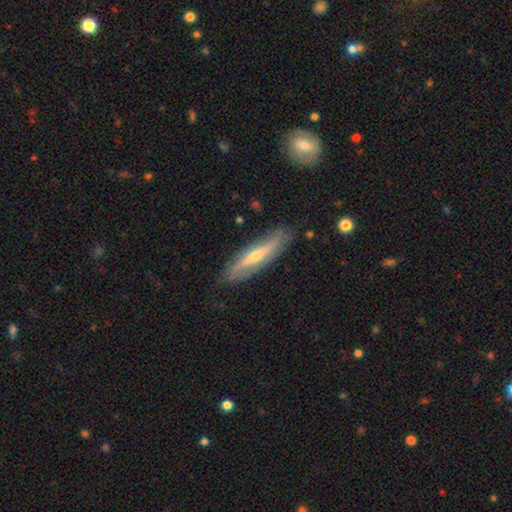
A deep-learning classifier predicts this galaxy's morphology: smooth_or_featured: featured or disk (p=0.69) [alt: smooth p=0.25]
disk_edge_on: yes (p=0.57) [alt: no p=0.43]
merging: none (p=0.81) [alt: minor disturbance p=0.14]